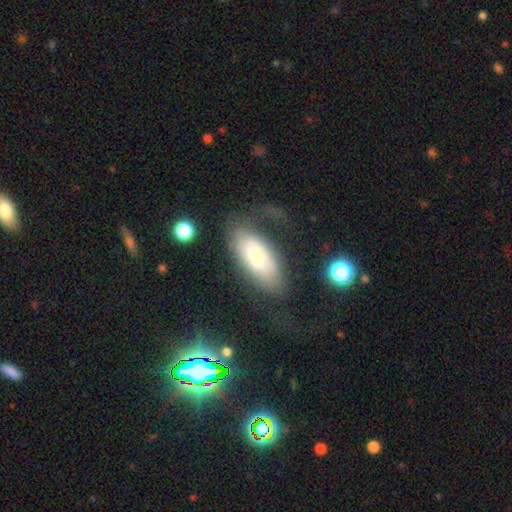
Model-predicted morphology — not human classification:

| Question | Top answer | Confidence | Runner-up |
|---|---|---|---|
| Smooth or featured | smooth | 56% | featured or disk (36%) |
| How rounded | in between | 88% | cigar-shaped (8%) |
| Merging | none | 44% | major disturbance (30%) |